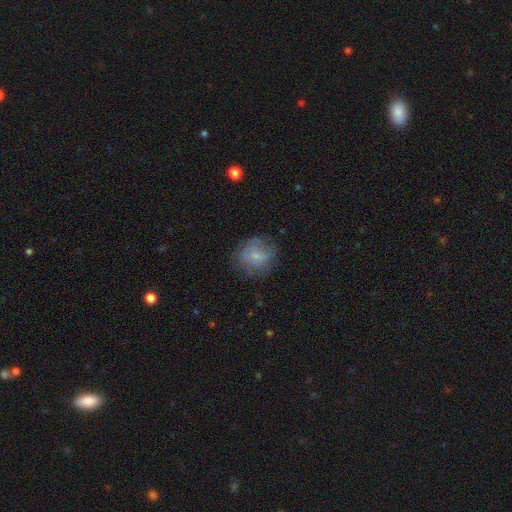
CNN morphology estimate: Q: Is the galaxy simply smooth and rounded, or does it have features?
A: smooth — 63%.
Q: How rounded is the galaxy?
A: round — 78%.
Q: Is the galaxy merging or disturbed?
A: none — 66%.